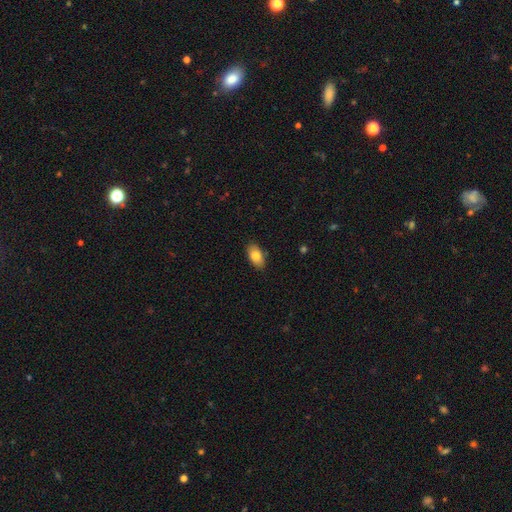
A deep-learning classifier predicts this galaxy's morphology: Smooth or featured? Predicted: smooth (p=0.82). How rounded? Predicted: in between (p=0.93). Merging? Predicted: none (p=0.87).